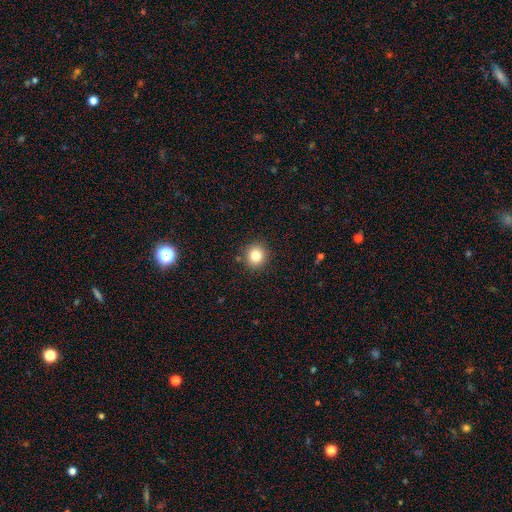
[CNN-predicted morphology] Smooth or featured?
  - smooth: 81% *
  - star or artifact: 12%
  - featured or disk: 7%
How rounded?
  - round: 89% *
  - in between: 10%
  - cigar-shaped: 1%
Merging?
  - none: 89% *
  - minor disturbance: 7%
  - major disturbance: 2%
  - merger: 2%